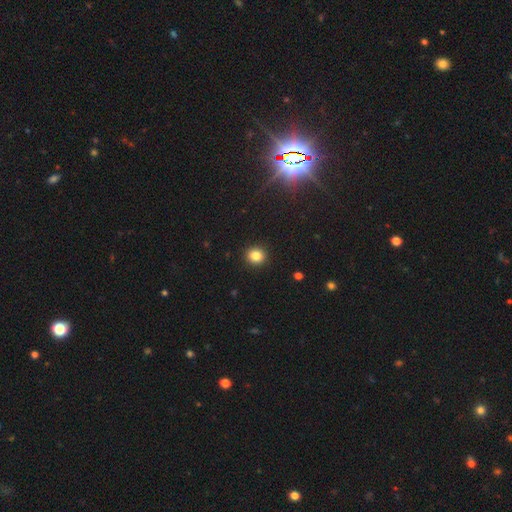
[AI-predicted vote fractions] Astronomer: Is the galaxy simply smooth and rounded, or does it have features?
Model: smooth — 84%.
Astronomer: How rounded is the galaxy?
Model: round — 87%.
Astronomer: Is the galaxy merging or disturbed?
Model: none — 93%.